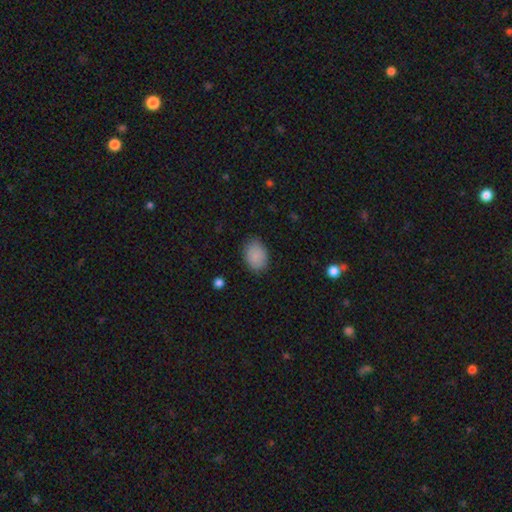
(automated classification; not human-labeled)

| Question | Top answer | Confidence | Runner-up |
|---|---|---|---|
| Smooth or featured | smooth | 88% | star or artifact (7%) |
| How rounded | in between | 75% | round (24%) |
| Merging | none | 83% | minor disturbance (13%) |